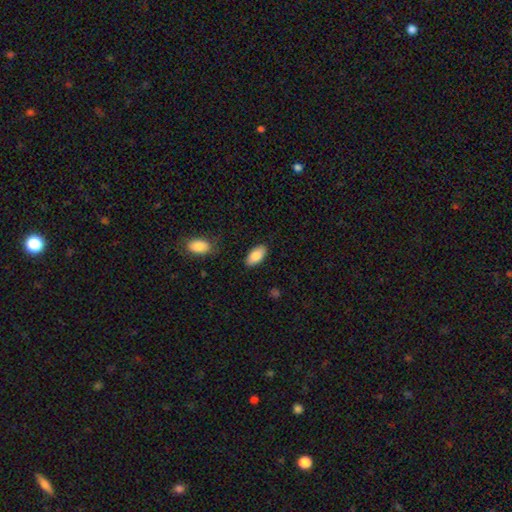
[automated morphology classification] type=smooth (85%); roundness=in between (92%); merging=none (85%).